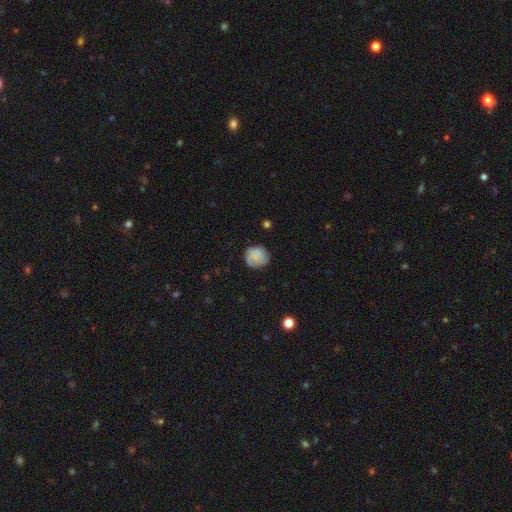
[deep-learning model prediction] A smooth galaxy with no disk features (73%) that is round (84%). Merging: none (75%).